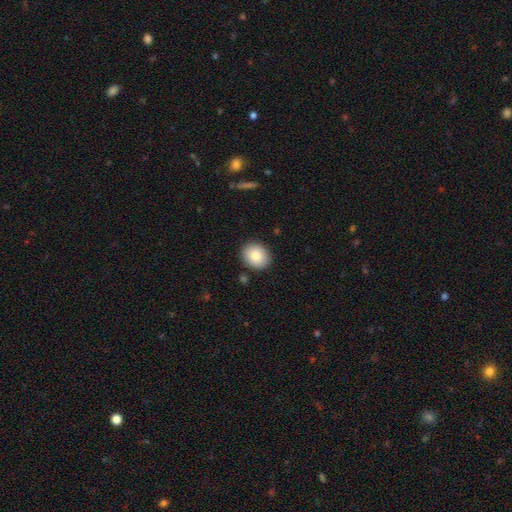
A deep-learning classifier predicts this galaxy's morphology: A smooth galaxy with no disk features (85%) that is round (64%).

Vote fractions:
- Smooth or featured? smooth: 85% / star or artifact: 8% / featured or disk: 7%
- How rounded? round: 64% / in between: 36% / cigar-shaped: 1%
- Merging? none: 88% / minor disturbance: 8% / major disturbance: 2% / merger: 2%